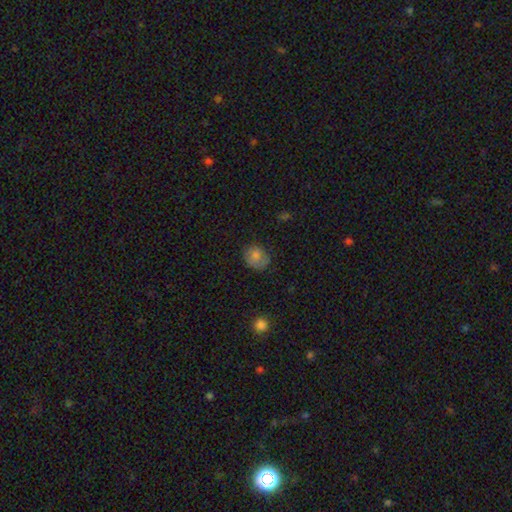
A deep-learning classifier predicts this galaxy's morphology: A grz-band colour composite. It shows a smooth galaxy with no disk features (78%) that is round (65%). Merging: none (66%).